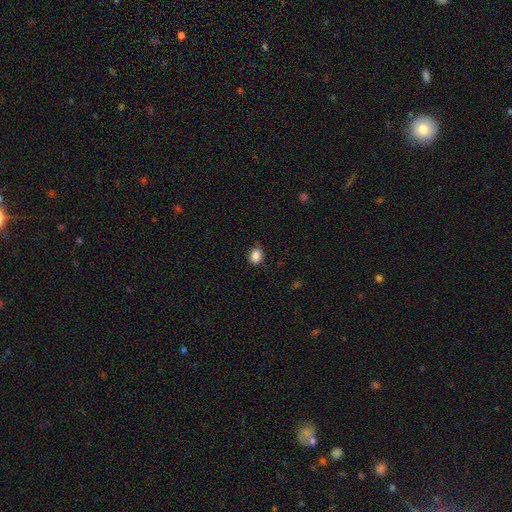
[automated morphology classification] smooth-or-featured: smooth: 87% | star or artifact: 9% | featured or disk: 4%
  how-rounded: in between: 64% | round: 35% | cigar-shaped: 1%
  merging: none: 80% | minor disturbance: 16% | major disturbance: 3% | merger: 1%